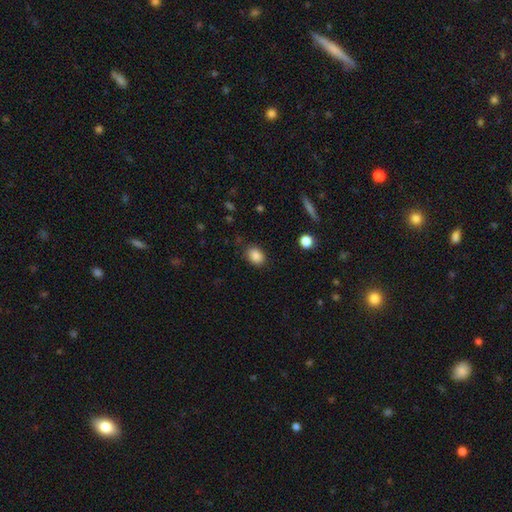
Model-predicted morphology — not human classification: Smooth or featured?
  - smooth: 87% *
  - star or artifact: 9%
  - featured or disk: 4%
How rounded?
  - in between: 66% *
  - round: 33%
  - cigar-shaped: 1%
Merging?
  - none: 84% *
  - minor disturbance: 11%
  - major disturbance: 3%
  - merger: 1%